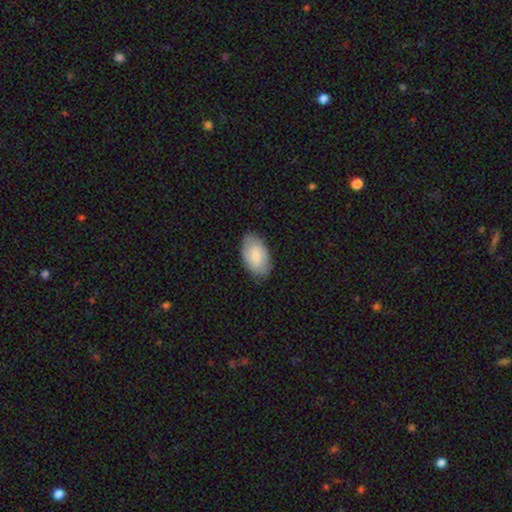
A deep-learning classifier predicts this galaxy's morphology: type=smooth (67%); roundness=in between (94%); merging=none (82%).